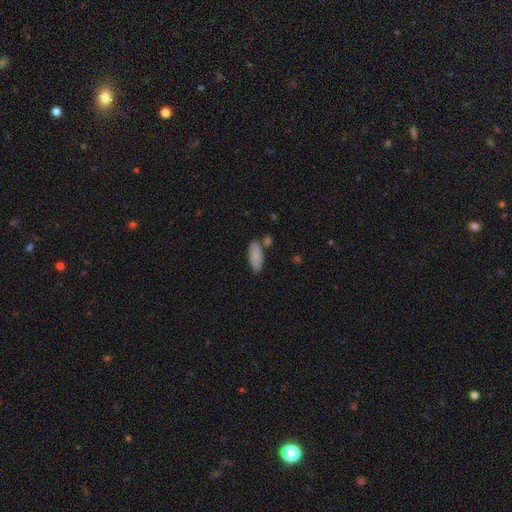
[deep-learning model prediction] This is clearly a smooth galaxy (86%). How rounded: clearly in between (82%). Merging: likely none (74%).